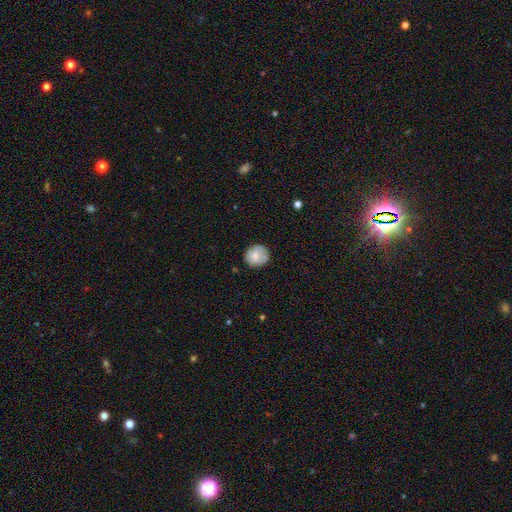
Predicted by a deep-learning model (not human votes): Smooth or featured: smooth — 77% (featured or disk — 15%)
How rounded: round — 87% (in between — 12%)
Merging: none — 76% (minor disturbance — 18%)